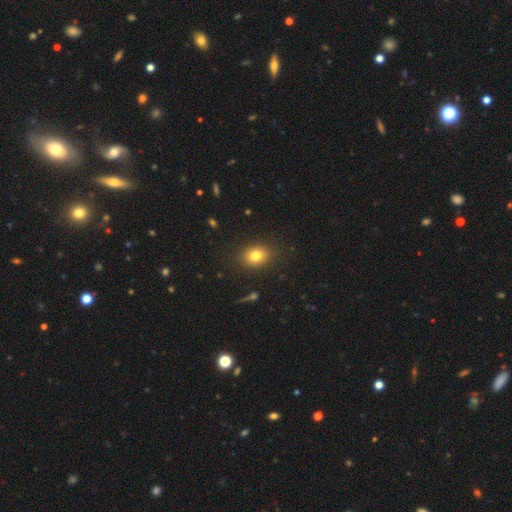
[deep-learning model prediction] Overall: smooth (80%). How rounded: in between (54%; round 45%). Merging: none (87%).